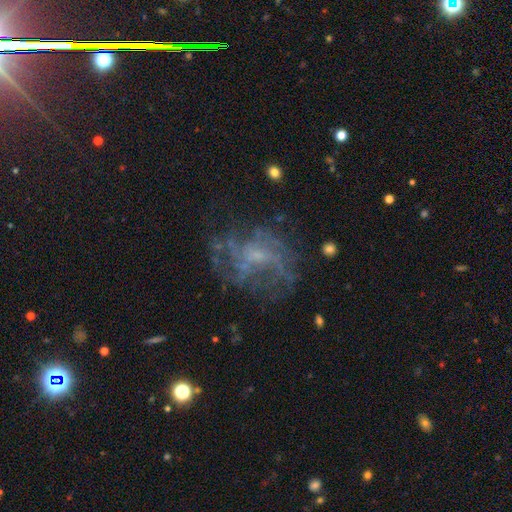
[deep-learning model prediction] smooth-or-featured: featured or disk: 65% | star or artifact: 18% | smooth: 17%
  disk-edge-on: no: 97% | yes: 3%
    bar: no: 64% | weak: 31% | strong: 5%
    has-spiral-arms: yes: 58% | no: 42%
    bulge-size: small: 49% | none: 29% | moderate: 19% | large: 2% | dominant: 1%
  merging: none: 56% | major disturbance: 23% | minor disturbance: 17% | merger: 3%